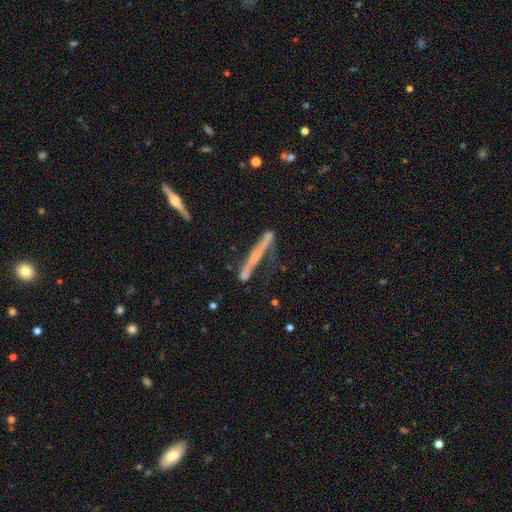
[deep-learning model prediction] Smooth or featured: featured or disk — 65% (smooth — 28%)
Edge-on disk: yes — 92% (no — 8%)
Edge-on bulge: rounded — 44% (none — 41%)
Merging: none — 61% (minor disturbance — 23%)